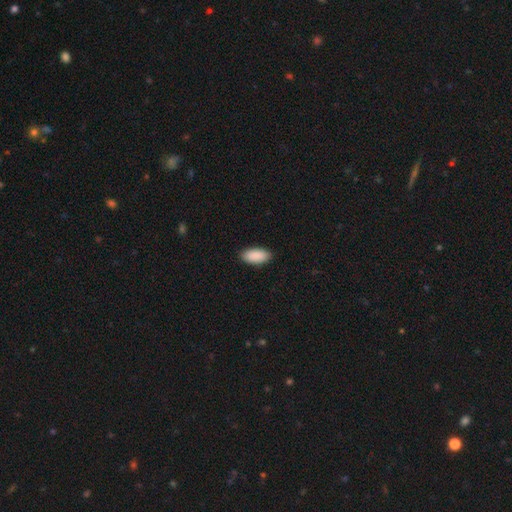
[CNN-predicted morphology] The model was most divided on "merging": none: 90%, minor disturbance: 8%, major disturbance: 2%, merger: 1%. More confident: how rounded — in between (92%); smooth or featured — smooth (91%).